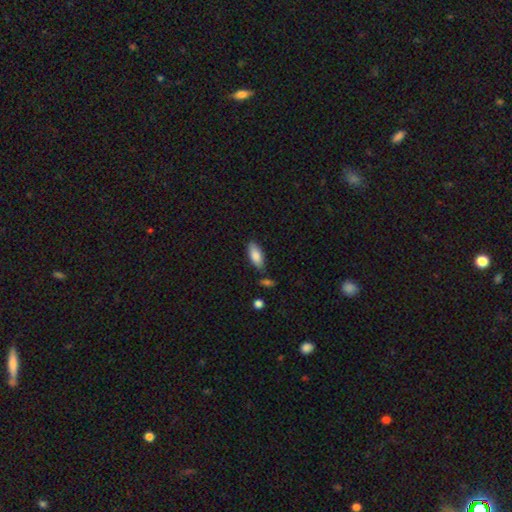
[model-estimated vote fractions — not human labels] Overall: smooth (83%). How rounded: in between (81%). Merging: none (76%).